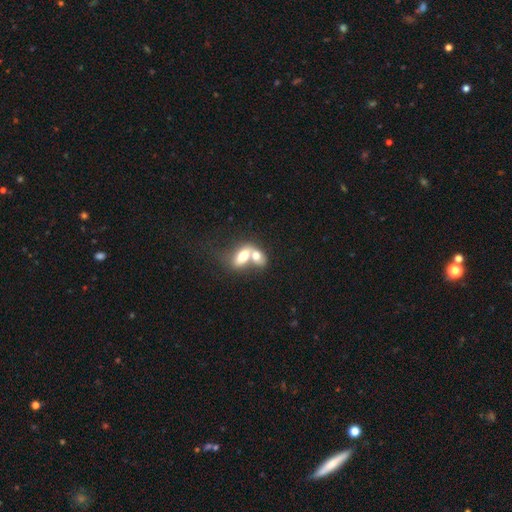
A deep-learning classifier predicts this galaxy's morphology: smooth-or-featured: smooth: 67% | featured or disk: 25% | star or artifact: 8%
  how-rounded: in between: 81% | round: 14% | cigar-shaped: 5%
  merging: merger: 76% | none: 14% | minor disturbance: 5% | major disturbance: 5%